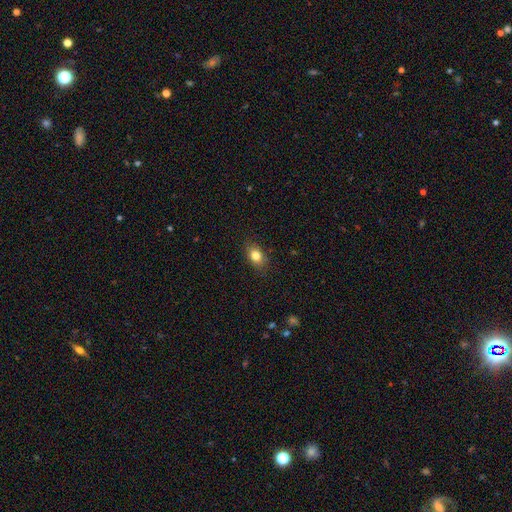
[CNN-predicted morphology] Smooth or featured?
  - smooth: 82% *
  - star or artifact: 9%
  - featured or disk: 9%
How rounded?
  - in between: 76% *
  - round: 22%
  - cigar-shaped: 2%
Merging?
  - none: 86% *
  - minor disturbance: 11%
  - major disturbance: 2%
  - merger: 1%